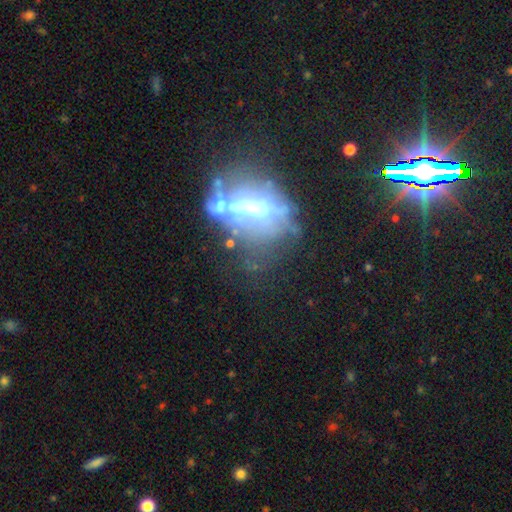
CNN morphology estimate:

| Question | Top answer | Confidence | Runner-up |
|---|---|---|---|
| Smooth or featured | featured or disk | 57% | star or artifact (24%) |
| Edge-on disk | no | 63% | yes (37%) |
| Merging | none | 45% | major disturbance (21%) |